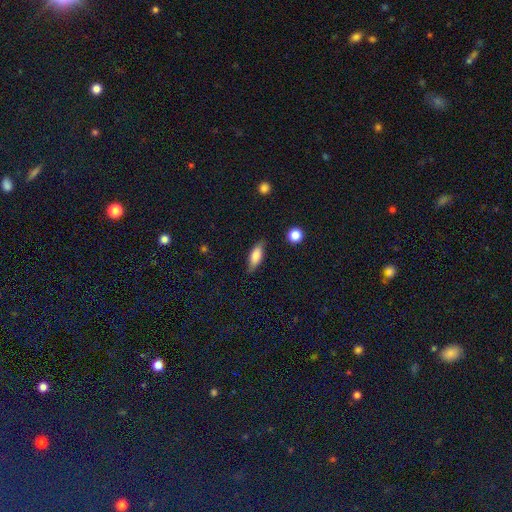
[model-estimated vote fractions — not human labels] Overall: smooth (73%). How rounded: in between (61%; cigar-shaped 35%). Merging: none (80%).